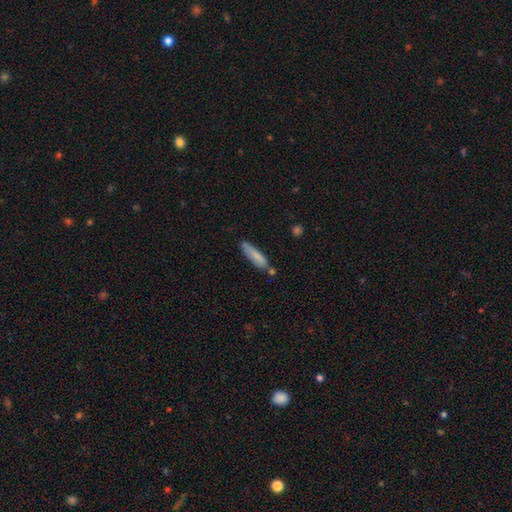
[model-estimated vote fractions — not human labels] Overall: smooth (78%). How rounded: cigar-shaped (76%). Merging: none (62%).